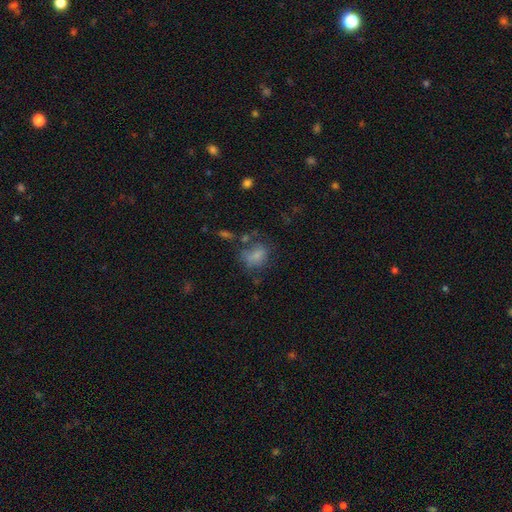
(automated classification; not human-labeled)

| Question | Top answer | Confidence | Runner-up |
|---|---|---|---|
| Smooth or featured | smooth | 68% | featured or disk (18%) |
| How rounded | in between | 51% | round (47%) |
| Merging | none | 44% | minor disturbance (23%) |